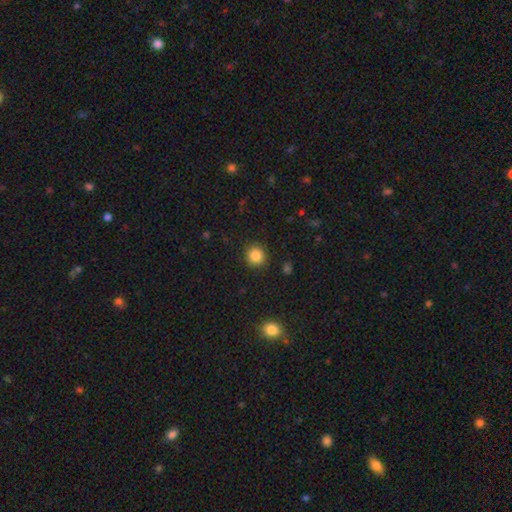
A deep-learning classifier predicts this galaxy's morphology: A smooth galaxy with no disk features (85%) that is round (91%). Merging: none (91%).